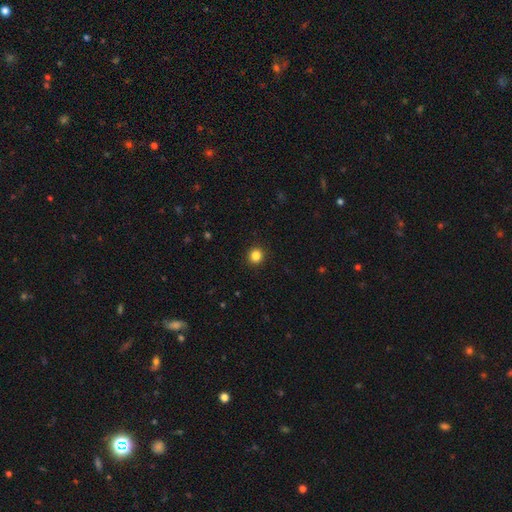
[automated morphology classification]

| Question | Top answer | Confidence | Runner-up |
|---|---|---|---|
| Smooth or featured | smooth | 84% | star or artifact (12%) |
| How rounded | round | 92% | in between (7%) |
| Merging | none | 93% | minor disturbance (5%) |